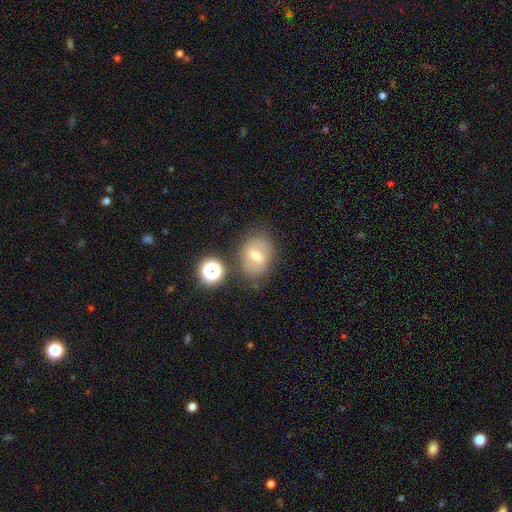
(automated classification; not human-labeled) smooth 53%, featured or disk 34%, star or artifact 13%. Down the decision tree: how rounded — in between (55%); merging — none (73%).